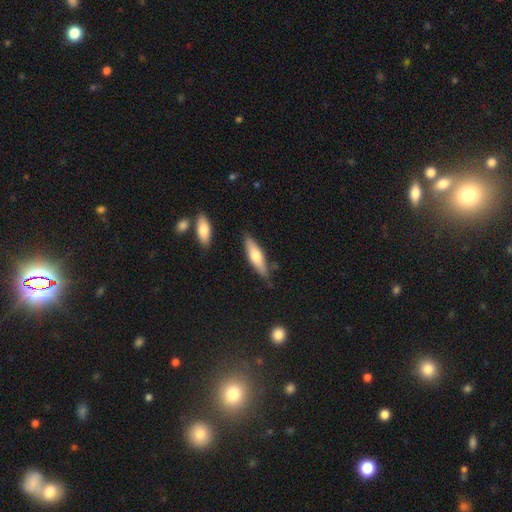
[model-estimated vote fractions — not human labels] Smooth or featured?
  - smooth: 61% *
  - featured or disk: 33%
  - star or artifact: 6%
How rounded?
  - cigar-shaped: 62% *
  - in between: 36%
  - round: 2%
Merging?
  - none: 80% *
  - minor disturbance: 14%
  - merger: 4%
  - major disturbance: 3%